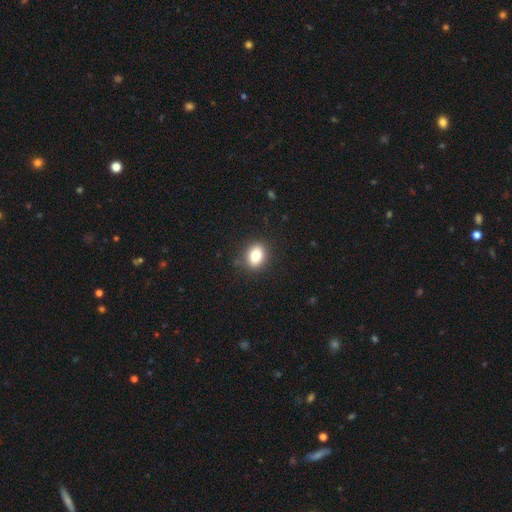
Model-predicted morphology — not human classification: smooth-or-featured: smooth: 83% | star or artifact: 10% | featured or disk: 8%
  how-rounded: in between: 62% | round: 37% | cigar-shaped: 1%
  merging: none: 86% | minor disturbance: 10% | major disturbance: 3% | merger: 1%